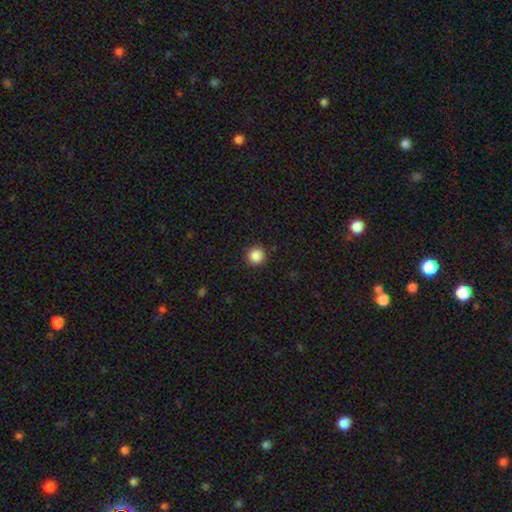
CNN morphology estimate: Q: Smooth or featured?
A: smooth (86%); runner-up: star or artifact (10%)
Q: How rounded?
A: round (95%); runner-up: in between (4%)
Q: Merging?
A: none (92%); runner-up: minor disturbance (5%)